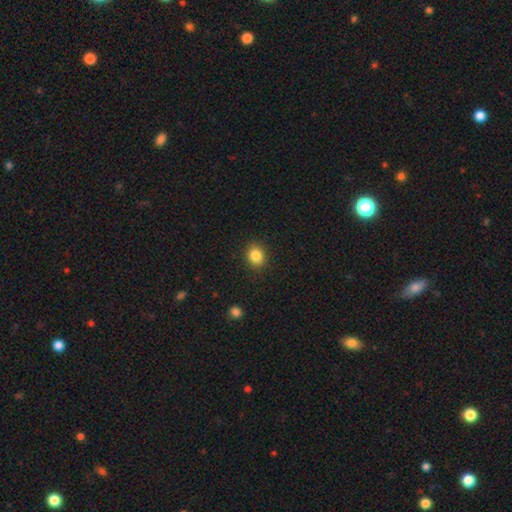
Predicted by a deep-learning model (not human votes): This is clearly a smooth galaxy (85%). How rounded: likely round (65%). Merging: clearly none (89%).